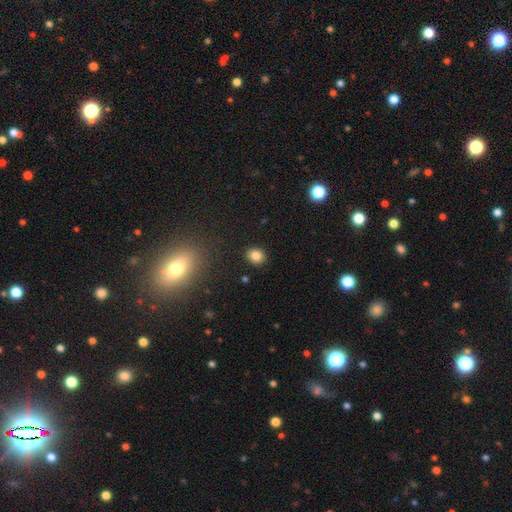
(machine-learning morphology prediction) smooth_or_featured: smooth (p=0.83) [alt: star or artifact p=0.11]
how_rounded: round (p=0.65) [alt: in between p=0.34]
merging: none (p=0.90) [alt: minor disturbance p=0.07]